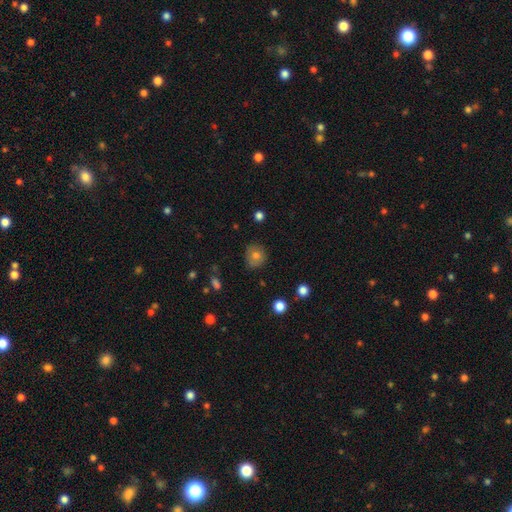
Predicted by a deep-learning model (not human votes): smooth_or_featured: smooth (p=0.74) [alt: featured or disk p=0.15]
how_rounded: round (p=0.80) [alt: in between p=0.19]
merging: none (p=0.77) [alt: minor disturbance p=0.17]